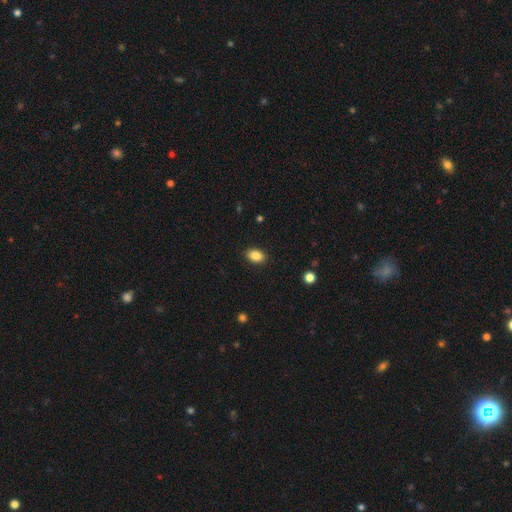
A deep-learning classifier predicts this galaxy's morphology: The model was most divided on "how rounded": in between: 84%, round: 15%, cigar-shaped: 1%. More confident: merging — none (89%); smooth or featured — smooth (86%).